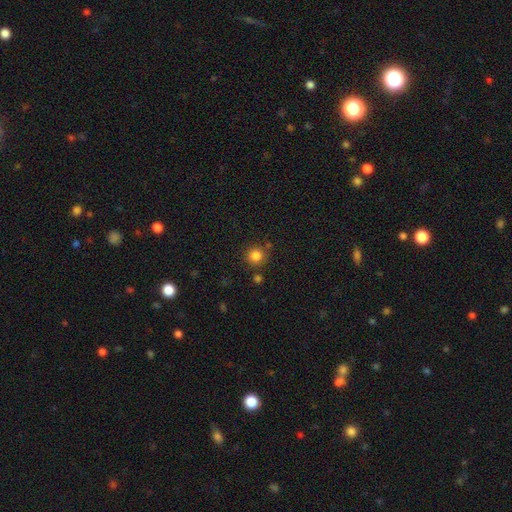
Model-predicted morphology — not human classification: smooth_or_featured: smooth (p=0.84) [alt: star or artifact p=0.12]
how_rounded: round (p=0.93) [alt: in between p=0.06]
merging: none (p=0.82) [alt: minor disturbance p=0.09]